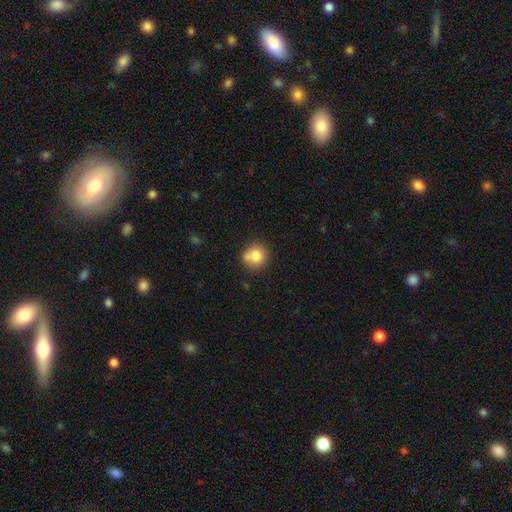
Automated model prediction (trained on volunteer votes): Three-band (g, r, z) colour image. It shows a smooth galaxy with no disk features (77%) that is round (86%). Merging: none (60%).